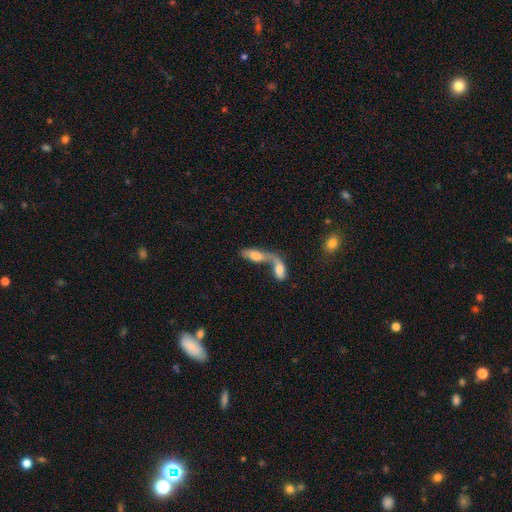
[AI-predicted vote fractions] The model was most divided on "smooth or featured": smooth: 66%, featured or disk: 26%, star or artifact: 7%. More confident: merging — merger (75%); how rounded — in between (72%).